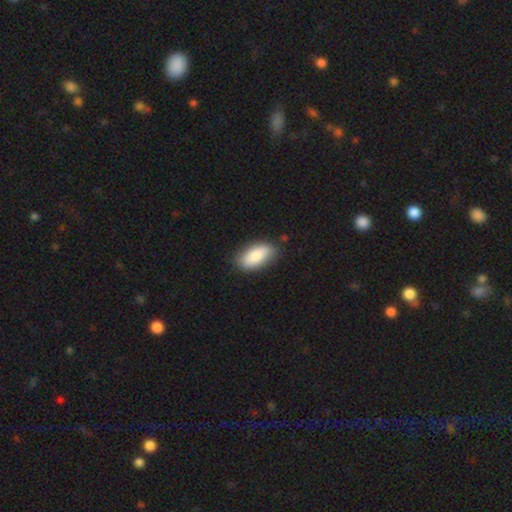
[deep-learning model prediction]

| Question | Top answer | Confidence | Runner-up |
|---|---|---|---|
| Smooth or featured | smooth | 82% | featured or disk (12%) |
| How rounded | in between | 91% | cigar-shaped (6%) |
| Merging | none | 81% | minor disturbance (14%) |